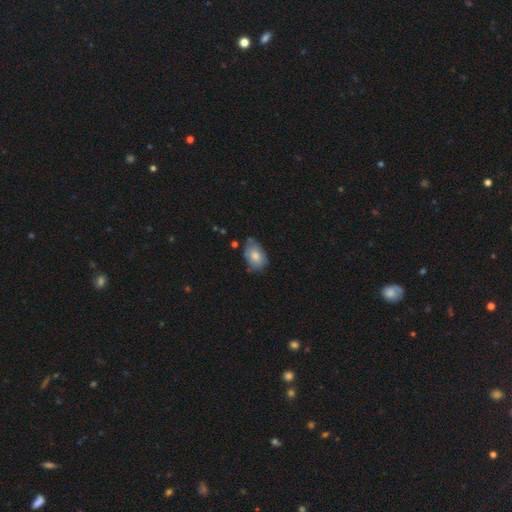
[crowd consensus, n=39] Overall: smooth (82%). How rounded: in between (88%). Merging: none (54%; minor disturbance 24%).